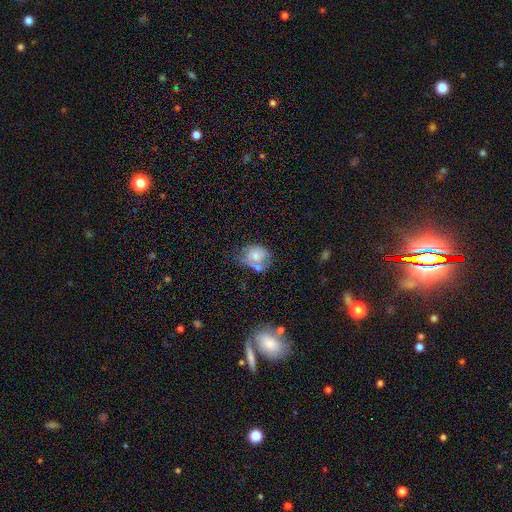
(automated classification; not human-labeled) This is possibly a smooth galaxy (58%). How rounded: possibly in between (54%). Merging: marginally none (30%).